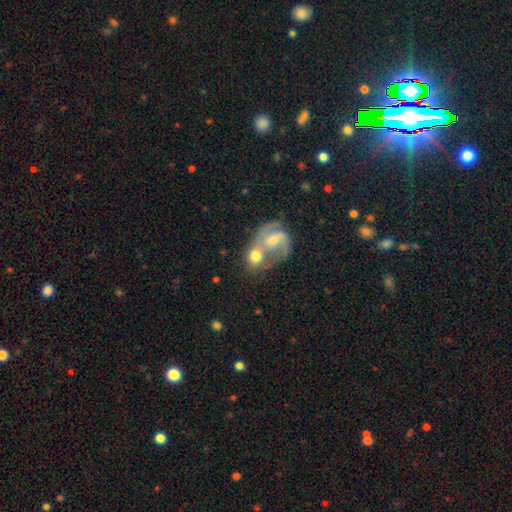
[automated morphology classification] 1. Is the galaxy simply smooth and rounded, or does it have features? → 50% smooth, 43% featured or disk, 7% star or artifact.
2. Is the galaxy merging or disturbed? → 68% merger, 19% none, 7% minor disturbance, 6% major disturbance.